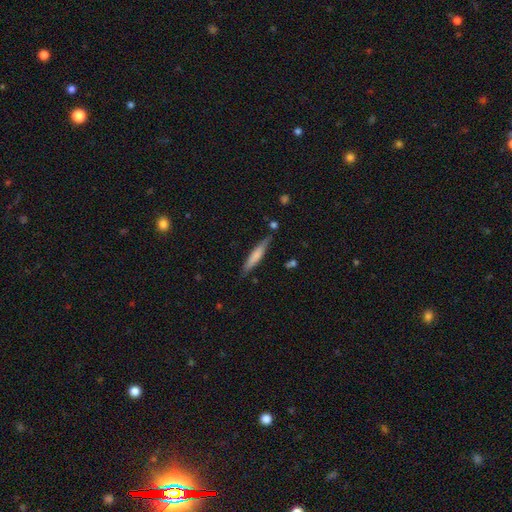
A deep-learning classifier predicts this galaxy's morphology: A smooth galaxy with no disk features (66%) that is cigar-shaped (90%). Merging: none (79%).